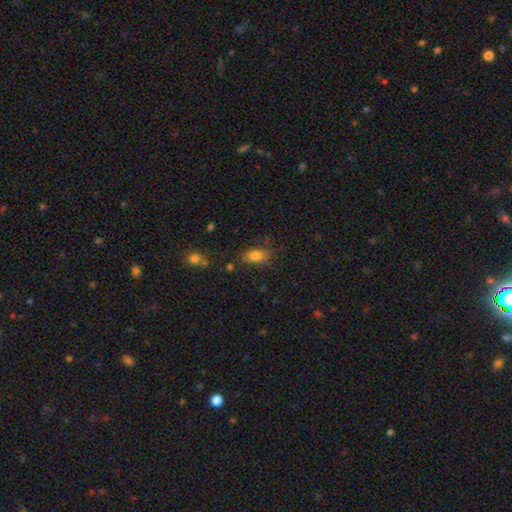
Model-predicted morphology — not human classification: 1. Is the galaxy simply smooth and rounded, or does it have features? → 81% smooth, 11% star or artifact, 8% featured or disk.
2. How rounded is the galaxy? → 83% in between, 14% round, 3% cigar-shaped.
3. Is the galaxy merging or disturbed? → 72% none, 18% minor disturbance, 6% major disturbance, 4% merger.